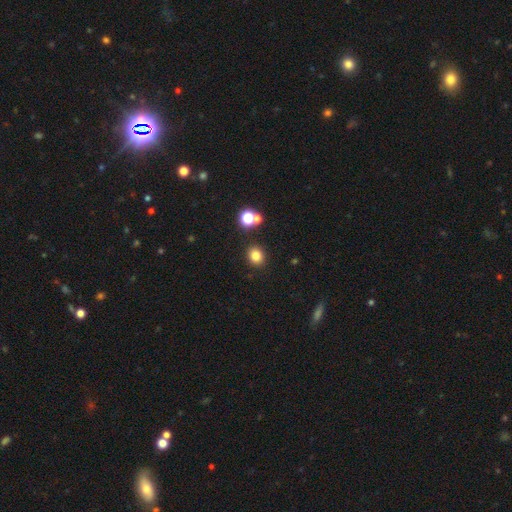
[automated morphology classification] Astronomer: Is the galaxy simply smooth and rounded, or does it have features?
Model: smooth — 80%.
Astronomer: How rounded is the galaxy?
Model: round — 72%.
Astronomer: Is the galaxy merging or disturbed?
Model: none — 85%.